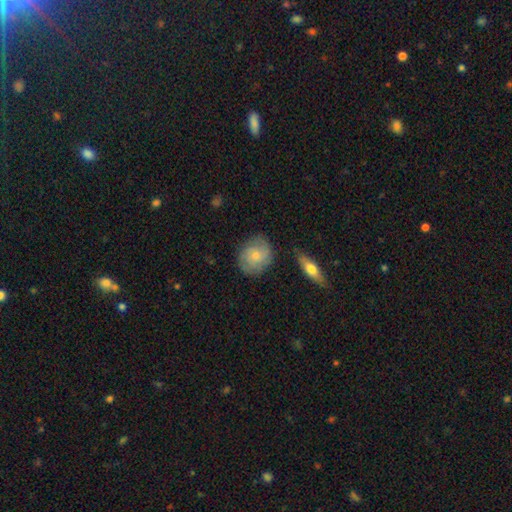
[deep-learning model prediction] This is possibly a smooth galaxy (48%). Merging: likely none (77%).